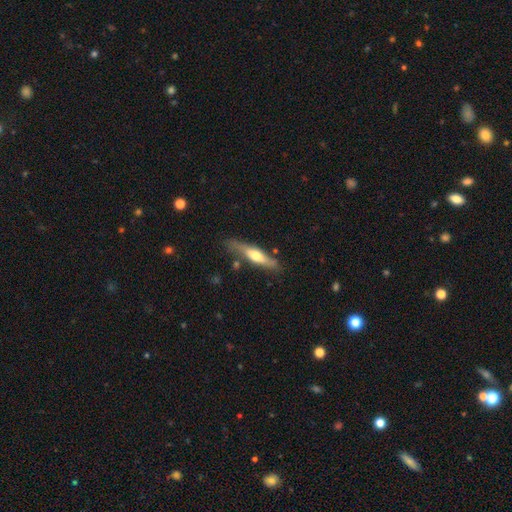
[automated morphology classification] Smooth or featured?
  - featured or disk: 50% *
  - smooth: 45%
  - star or artifact: 5%
Edge-on disk?
  - yes: 88% *
  - no: 12%
Merging?
  - none: 74% *
  - minor disturbance: 17%
  - merger: 5%
  - major disturbance: 4%